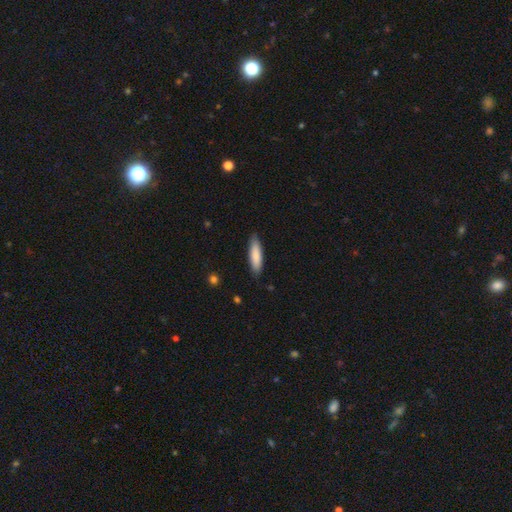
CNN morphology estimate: smooth_or_featured: smooth (p=0.82) [alt: featured or disk p=0.12]
how_rounded: cigar-shaped (p=0.69) [alt: in between p=0.30]
merging: none (p=0.86) [alt: minor disturbance p=0.11]